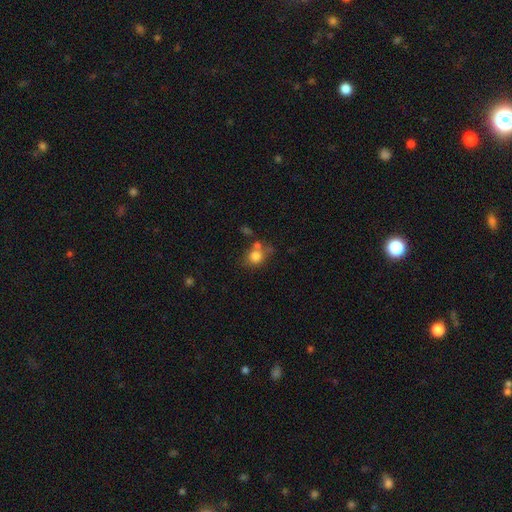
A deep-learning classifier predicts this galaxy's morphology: Q: Smooth or featured?
A: smooth (79%); runner-up: star or artifact (11%)
Q: How rounded?
A: round (75%); runner-up: in between (24%)
Q: Merging?
A: none (52%); runner-up: merger (24%)